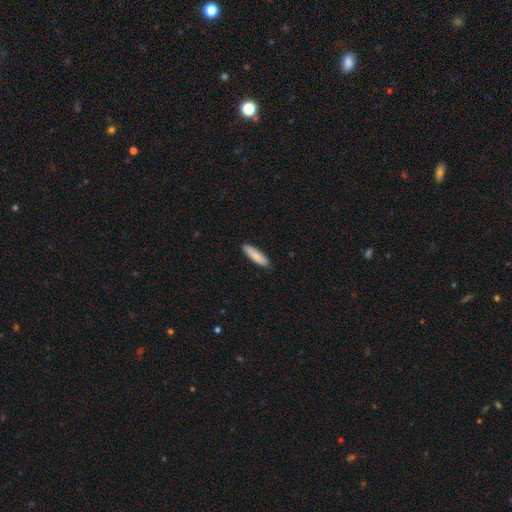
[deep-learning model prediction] This is clearly a smooth galaxy (87%). How rounded: likely cigar-shaped (69%). Merging: clearly none (88%).